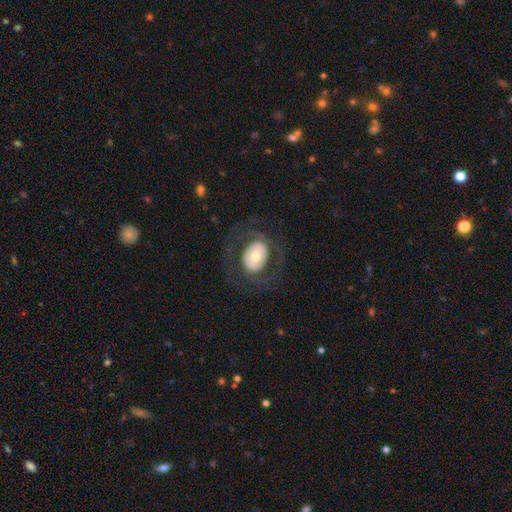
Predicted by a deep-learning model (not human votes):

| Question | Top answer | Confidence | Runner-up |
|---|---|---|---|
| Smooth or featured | featured or disk | 51% | smooth (42%) |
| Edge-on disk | no | 95% | yes (5%) |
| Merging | none | 71% | major disturbance (16%) |